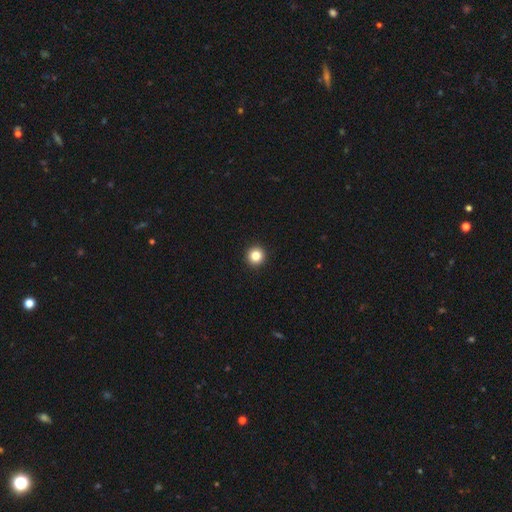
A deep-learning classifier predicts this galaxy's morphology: smooth_or_featured: smooth (p=0.84) [alt: star or artifact p=0.11]
how_rounded: round (p=0.95) [alt: in between p=0.04]
merging: none (p=0.94) [alt: minor disturbance p=0.04]